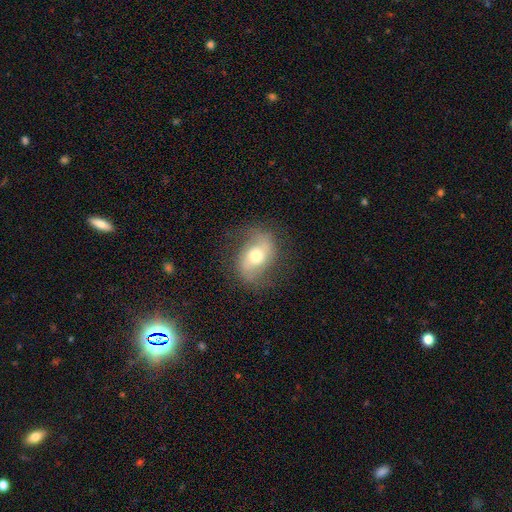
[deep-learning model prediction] Smooth or featured: featured or disk — 70% (smooth — 22%)
Edge-on disk: no — 96% (yes — 4%)
Bar: no — 44% (weak — 36%)
Spiral arms: yes — 88% (no — 12%)
Spiral winding: loose — 44% (medium — 41%)
Spiral arm count: 2 — 88% (can't tell — 6%)
Bulge size: moderate — 69% (small — 19%)
Merging: none — 73% (minor disturbance — 17%)